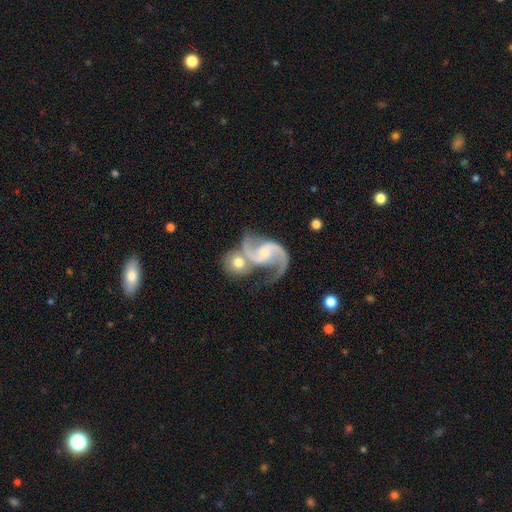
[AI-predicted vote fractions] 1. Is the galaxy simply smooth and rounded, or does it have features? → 90% featured or disk, 6% star or artifact, 4% smooth.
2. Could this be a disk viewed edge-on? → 98% no, 2% yes.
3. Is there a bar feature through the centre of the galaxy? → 41% weak (tied), 41% no (tied), 18% strong.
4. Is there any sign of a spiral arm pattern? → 97% yes, 3% no.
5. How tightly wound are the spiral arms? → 47% medium, 40% loose, 12% tight.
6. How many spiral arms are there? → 87% 2, 6% 1, 3% can't tell, 2% 3, 1% 4, 1% more than 4.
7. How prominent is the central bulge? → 55% small, 29% moderate, 11% none, 3% large, 2% dominant.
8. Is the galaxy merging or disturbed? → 41% merger, 33% none, 14% major disturbance, 13% minor disturbance.